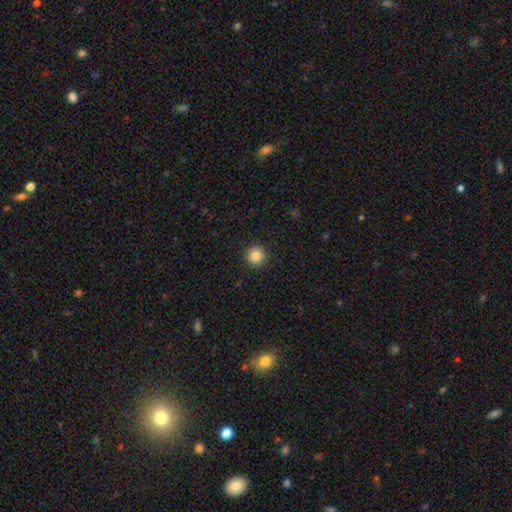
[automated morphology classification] A smooth galaxy with no disk features (85%) that is round (95%).

Vote fractions:
- Smooth or featured? smooth: 85% / star or artifact: 10% / featured or disk: 5%
- How rounded? round: 95% / in between: 4% / cigar-shaped: 1%
- Merging? none: 92% / minor disturbance: 5% / major disturbance: 2% / merger: 1%